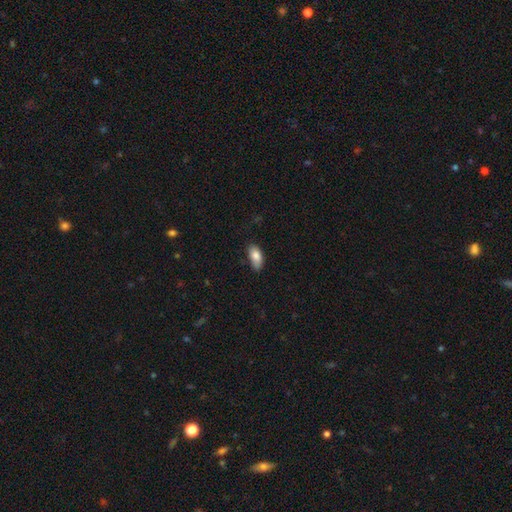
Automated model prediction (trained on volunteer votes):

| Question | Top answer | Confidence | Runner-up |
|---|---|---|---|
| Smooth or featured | smooth | 83% | featured or disk (10%) |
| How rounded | in between | 90% | cigar-shaped (6%) |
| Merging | none | 67% | minor disturbance (27%) |